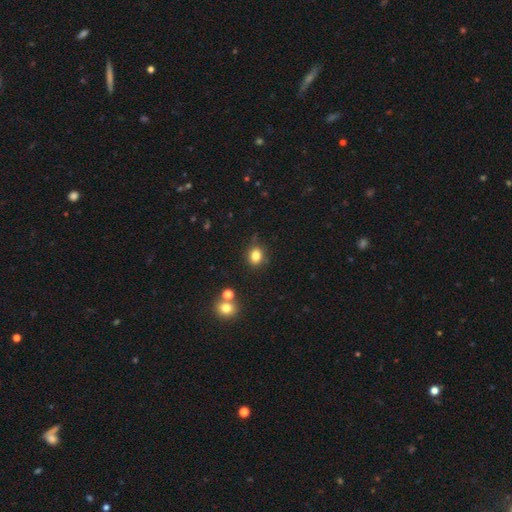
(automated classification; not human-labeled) Smooth or featured?
  - smooth: 82% *
  - star or artifact: 12%
  - featured or disk: 6%
How rounded?
  - round: 64% *
  - in between: 35%
  - cigar-shaped: 1%
Merging?
  - none: 78% *
  - minor disturbance: 15%
  - major disturbance: 3%
  - merger: 3%